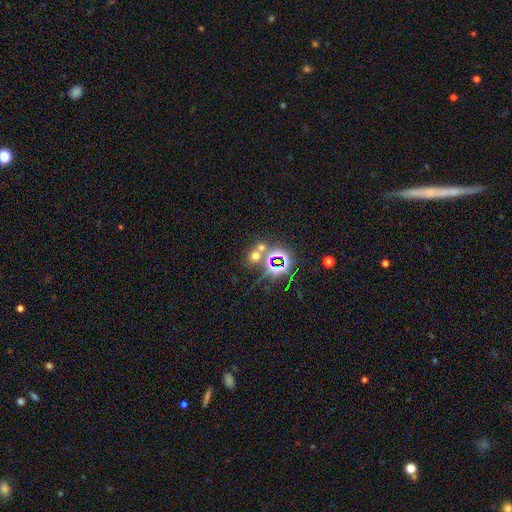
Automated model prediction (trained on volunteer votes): smooth 45% (tied), star or artifact 45% (tied), featured or disk 11%. Down the decision tree: merging — none (56%).